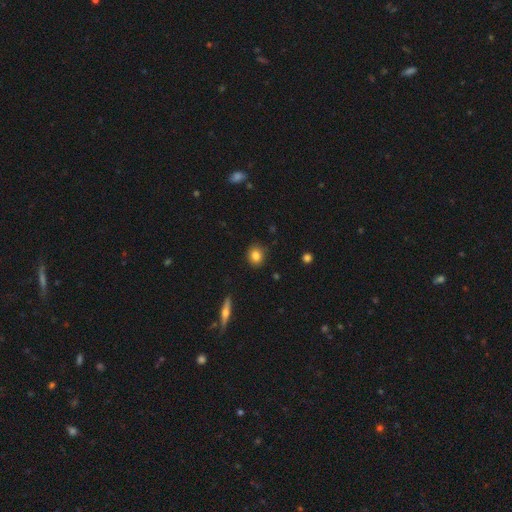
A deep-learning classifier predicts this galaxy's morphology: A smooth galaxy with no disk features (82%) that is round (80%).

Vote fractions:
- Smooth or featured? smooth: 82% / star or artifact: 9% / featured or disk: 8%
- How rounded? round: 80% / in between: 18% / cigar-shaped: 1%
- Merging? none: 89% / minor disturbance: 8% / major disturbance: 2% / merger: 1%